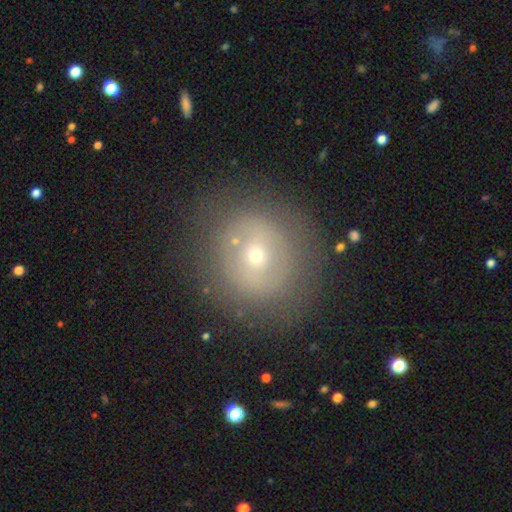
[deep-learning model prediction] featured or disk 43% (tied), smooth 43% (tied), star or artifact 13%. Down the decision tree: merging — none (81%).